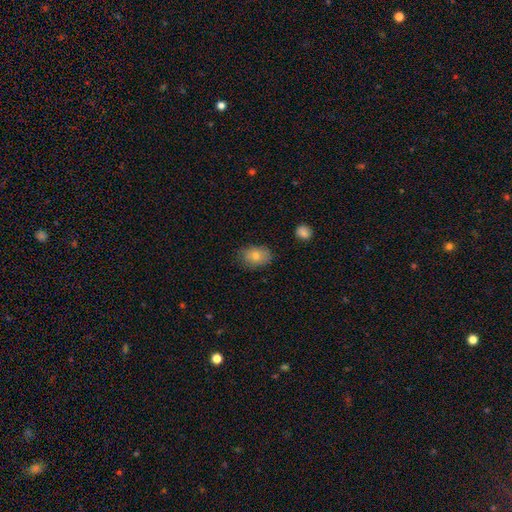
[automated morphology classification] A smooth galaxy with no disk features (75%) that is in between round and cigar-shaped (76%). Merging: none (81%).